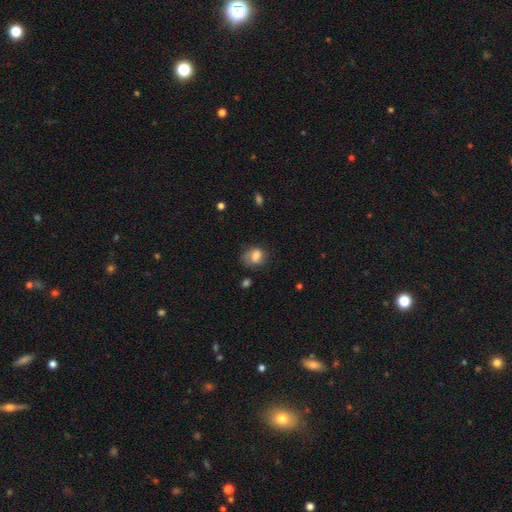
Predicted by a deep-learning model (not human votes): Q: Smooth or featured?
A: smooth (72%); runner-up: featured or disk (18%)
Q: How rounded?
A: in between (56%); runner-up: round (43%)
Q: Merging?
A: none (47%); runner-up: minor disturbance (31%)